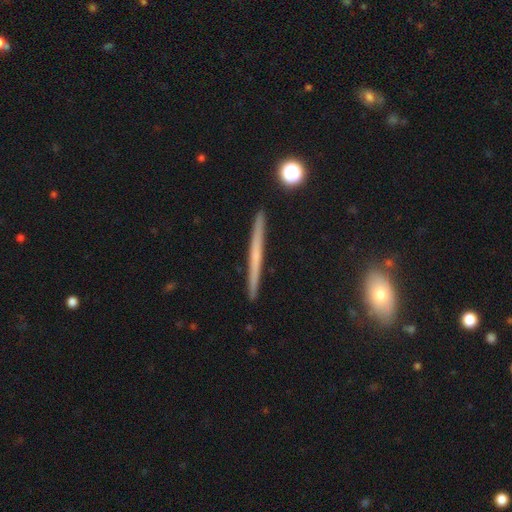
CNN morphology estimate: This is possibly a featured or disk galaxy (60%). It is clearly viewed edge-on (97%). Edge-on bulge: likely none (80%). Merging: clearly none (92%).